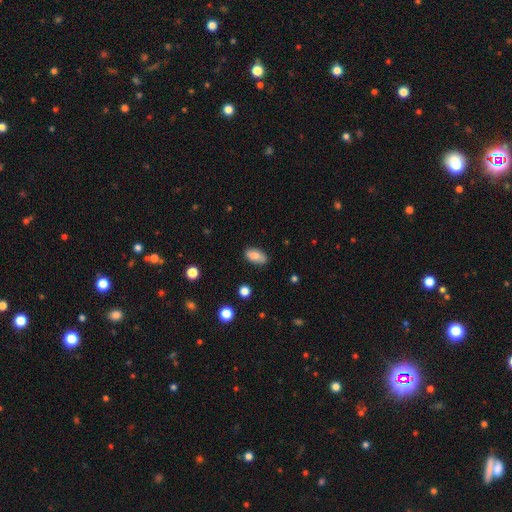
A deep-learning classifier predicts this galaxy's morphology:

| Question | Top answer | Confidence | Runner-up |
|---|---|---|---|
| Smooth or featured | smooth | 79% | featured or disk (13%) |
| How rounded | in between | 90% | cigar-shaped (6%) |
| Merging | none | 77% | minor disturbance (17%) |